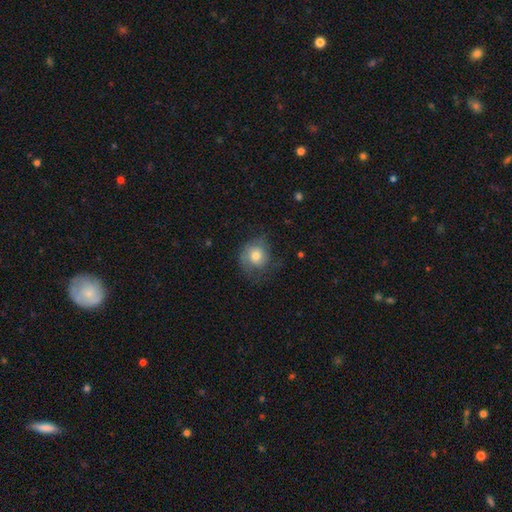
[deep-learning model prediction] Smooth or featured? smooth (67%)
How rounded? round (78%)
Merging? none (53%)